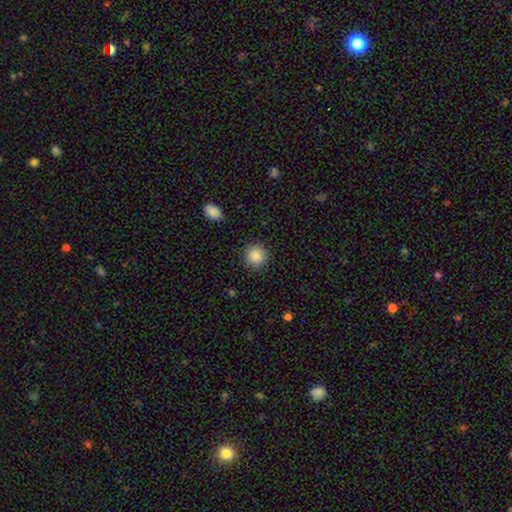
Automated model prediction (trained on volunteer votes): Smooth or featured: smooth — 88% (star or artifact — 9%)
How rounded: round — 93% (in between — 6%)
Merging: none — 90% (minor disturbance — 6%)